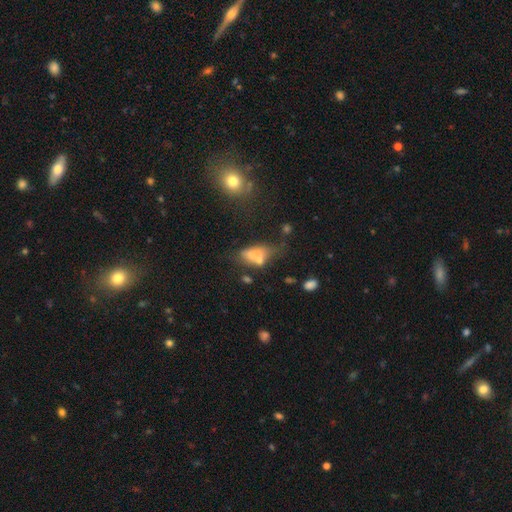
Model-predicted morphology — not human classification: Smooth or featured? smooth (64%)
How rounded? in between (84%)
Merging? none (30%)